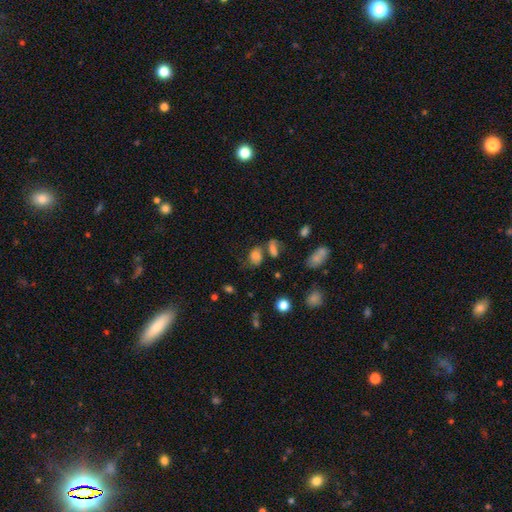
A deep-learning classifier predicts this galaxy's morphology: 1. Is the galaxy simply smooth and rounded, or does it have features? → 67% smooth, 17% star or artifact, 16% featured or disk.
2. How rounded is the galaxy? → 65% in between, 33% round, 2% cigar-shaped.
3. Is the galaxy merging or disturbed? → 42% none, 21% minor disturbance, 21% merger, 16% major disturbance.